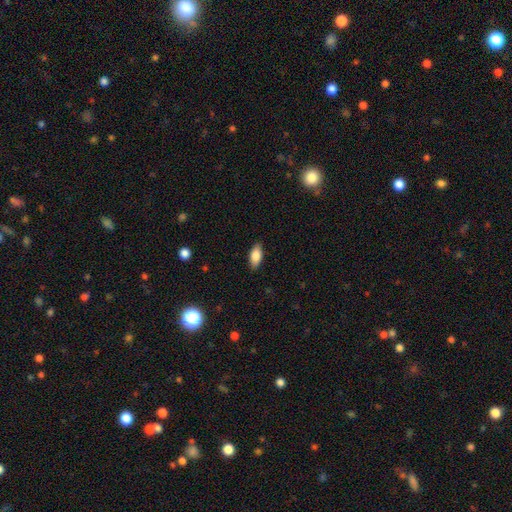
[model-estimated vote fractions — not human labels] Smooth or featured?
  - smooth: 85% *
  - featured or disk: 9%
  - star or artifact: 7%
How rounded?
  - in between: 88% *
  - cigar-shaped: 10%
  - round: 3%
Merging?
  - none: 87% *
  - minor disturbance: 10%
  - major disturbance: 2%
  - merger: 1%